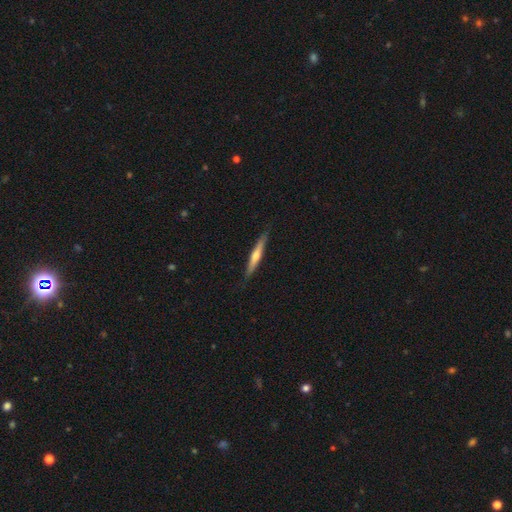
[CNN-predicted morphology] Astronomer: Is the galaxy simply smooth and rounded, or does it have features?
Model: featured or disk — 50% (runner-up: smooth, 44%).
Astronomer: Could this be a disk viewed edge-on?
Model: yes — 95%.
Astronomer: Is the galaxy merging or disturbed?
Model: none — 86%.